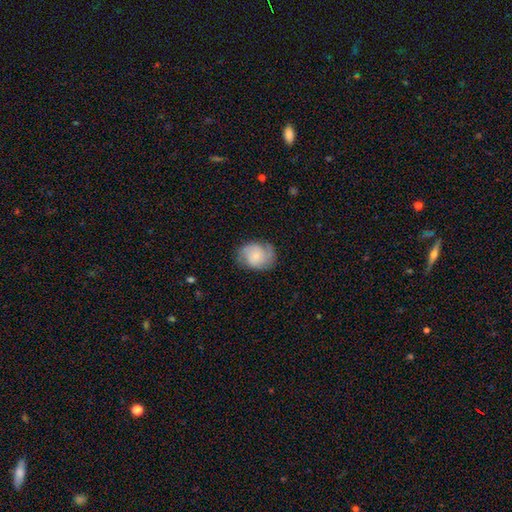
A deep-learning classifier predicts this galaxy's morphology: A featured or disk galaxy (50%).

Vote fractions:
- Smooth or featured? featured or disk: 50% / smooth: 43% / star or artifact: 7%
- Merging? none: 68% / minor disturbance: 22% / major disturbance: 9% / merger: 1%